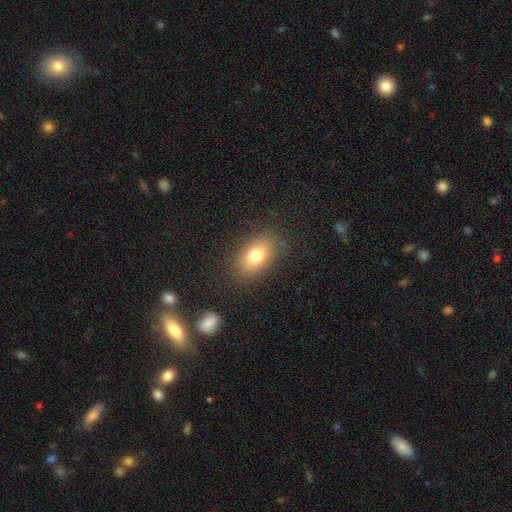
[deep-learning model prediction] This appears to be a smooth galaxy with no disk features (77%) that is in between round and cigar-shaped (86%). Merging: none (83%).